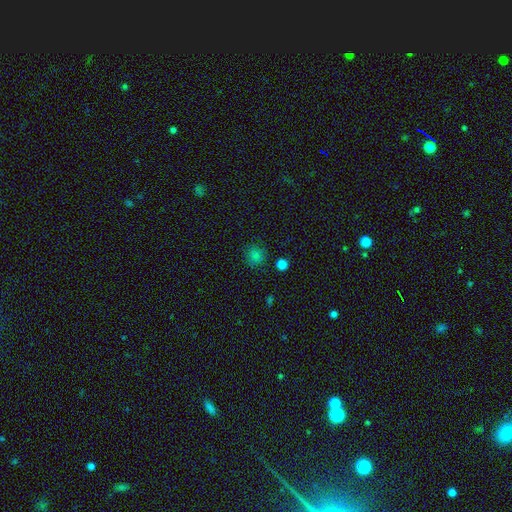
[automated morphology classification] Smooth or featured? smooth (80%)
How rounded? round (87%)
Merging? none (81%)